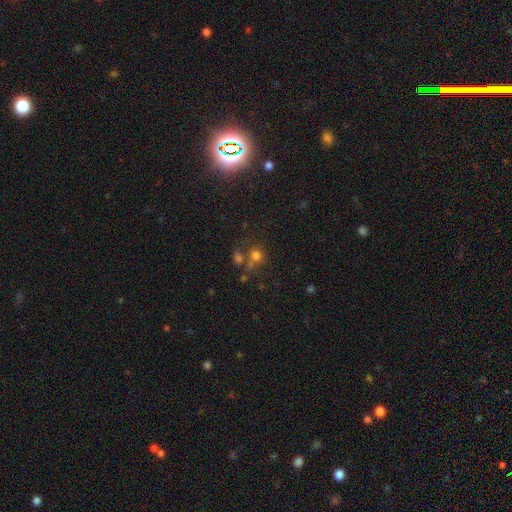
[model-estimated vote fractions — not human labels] A smooth galaxy with no disk features (69%) that is round (86%). Merging: none (54%).